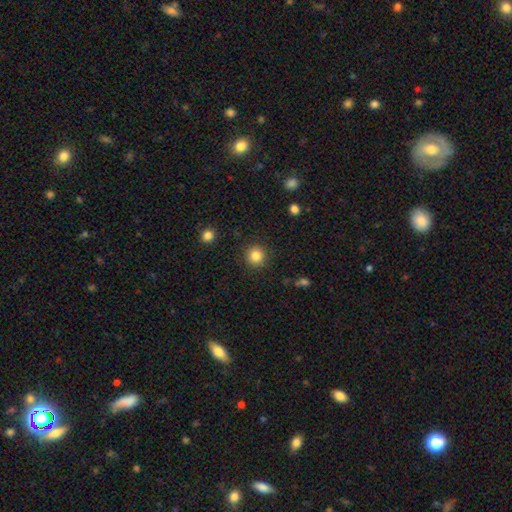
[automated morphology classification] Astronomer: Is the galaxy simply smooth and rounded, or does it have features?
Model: smooth — 84%.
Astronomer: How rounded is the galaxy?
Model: round — 94%.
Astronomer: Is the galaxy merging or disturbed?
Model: none — 91%.